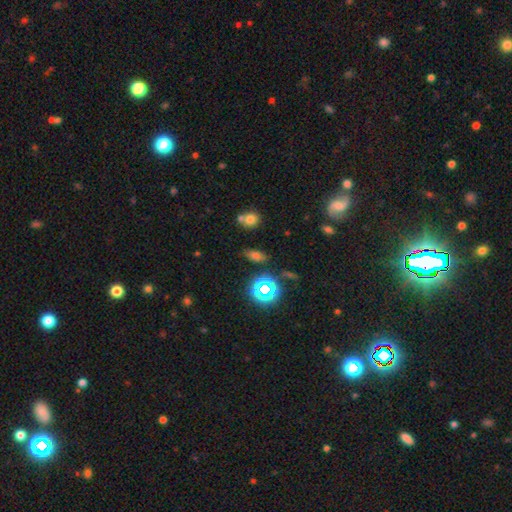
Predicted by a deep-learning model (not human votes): Smooth or featured? smooth (57%)
How rounded? in between (67%)
Merging? none (75%)